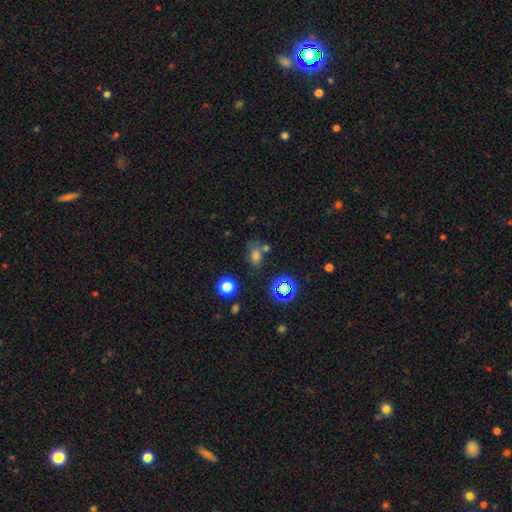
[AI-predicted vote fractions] Smooth or featured? smooth (60%)
How rounded? in between (65%)
Merging? none (58%)